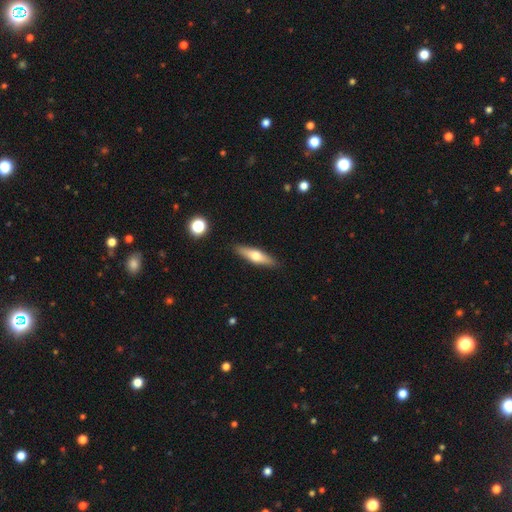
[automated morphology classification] Q: Smooth or featured?
A: smooth (50%); runner-up: featured or disk (44%)
Q: How rounded?
A: cigar-shaped (70%); runner-up: in between (27%)
Q: Merging?
A: none (89%); runner-up: minor disturbance (8%)